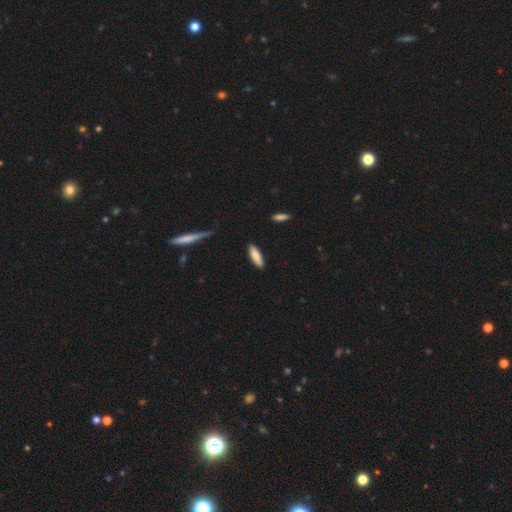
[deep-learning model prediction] Q: Smooth or featured?
A: smooth (85%); runner-up: featured or disk (9%)
Q: How rounded?
A: cigar-shaped (52%); runner-up: in between (47%)
Q: Merging?
A: none (87%); runner-up: minor disturbance (10%)